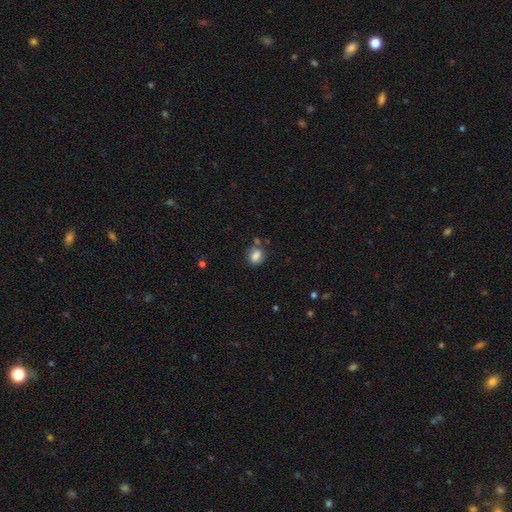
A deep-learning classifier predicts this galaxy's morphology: A smooth galaxy with no disk features (81%) that is round (57%). Merging: none (66%).